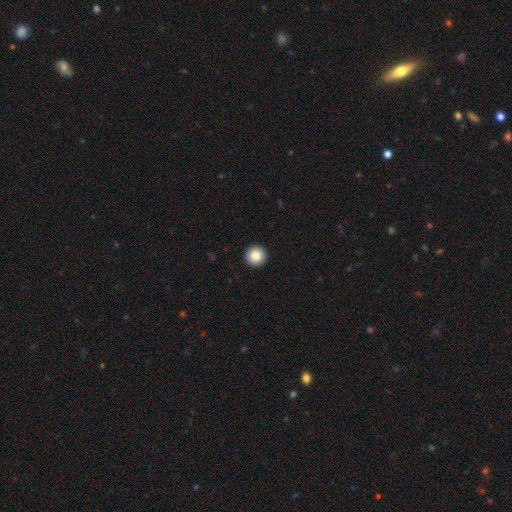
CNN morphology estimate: A smooth galaxy with no disk features (87%) that is round (96%).

Vote fractions:
- Smooth or featured? smooth: 87% / star or artifact: 9% / featured or disk: 4%
- How rounded? round: 96% / in between: 3% / cigar-shaped: 1%
- Merging? none: 94% / minor disturbance: 4% / major disturbance: 1% / merger: 1%